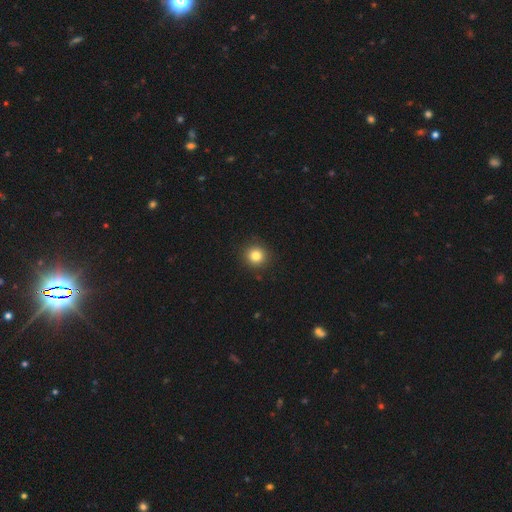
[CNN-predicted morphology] Q: Smooth or featured?
A: smooth (83%); runner-up: star or artifact (12%)
Q: How rounded?
A: round (93%); runner-up: in between (6%)
Q: Merging?
A: none (91%); runner-up: minor disturbance (6%)